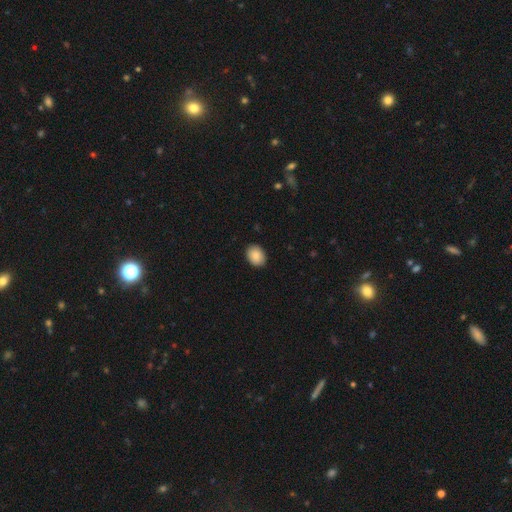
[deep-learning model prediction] smooth 87%, star or artifact 7%, featured or disk 5%. Down the decision tree: how rounded — in between (63%); merging — none (89%).